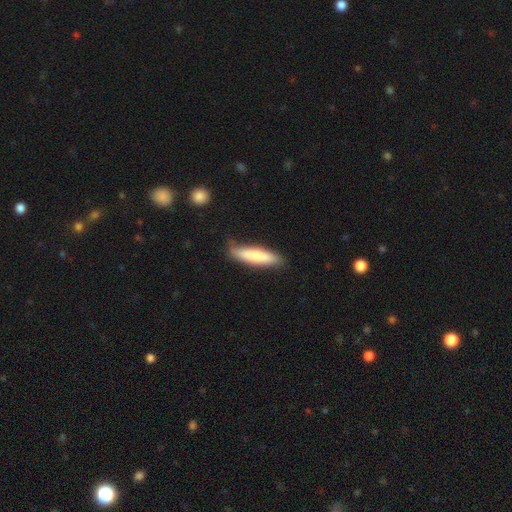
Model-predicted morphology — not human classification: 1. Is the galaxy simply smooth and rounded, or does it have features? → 78% smooth, 16% featured or disk, 5% star or artifact.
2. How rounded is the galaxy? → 82% cigar-shaped, 17% in between, 1% round.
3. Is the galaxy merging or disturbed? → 78% none, 17% minor disturbance, 3% major disturbance, 2% merger.